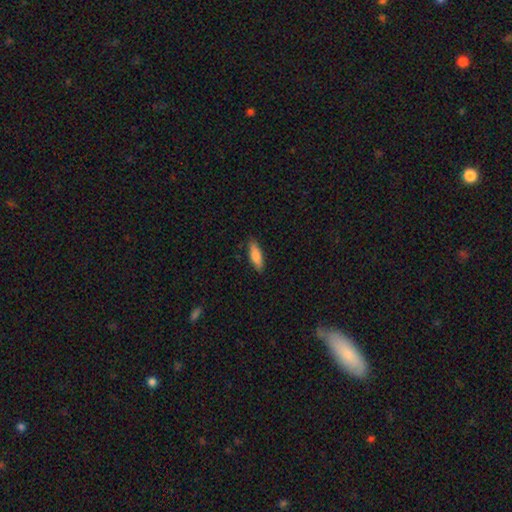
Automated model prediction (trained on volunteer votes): smooth 83%, featured or disk 11%, star or artifact 6%. Down the decision tree: how rounded — in between (50%); merging — none (86%).